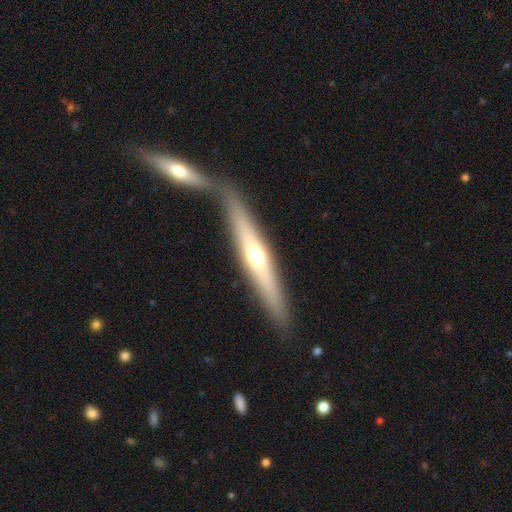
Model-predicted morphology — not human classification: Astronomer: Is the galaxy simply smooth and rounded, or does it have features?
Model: featured or disk — 56% (runner-up: smooth, 38%).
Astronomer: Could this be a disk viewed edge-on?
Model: yes — 91%.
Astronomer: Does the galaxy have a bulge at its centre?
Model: rounded — 85%.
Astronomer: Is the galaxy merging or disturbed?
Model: none — 70%.